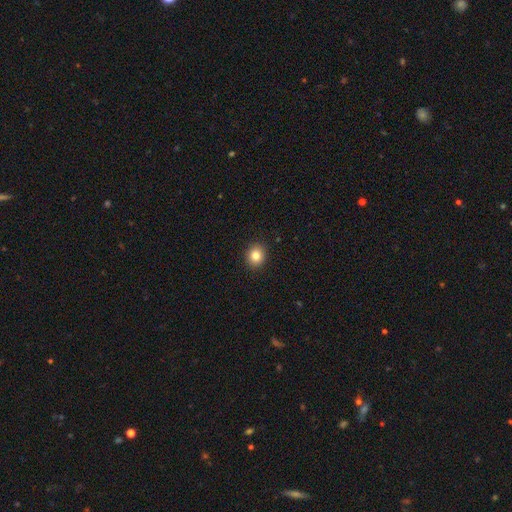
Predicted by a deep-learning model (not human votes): Smooth or featured? Predicted: smooth (p=0.83). How rounded? Predicted: round (p=0.78). Merging? Predicted: none (p=0.92).